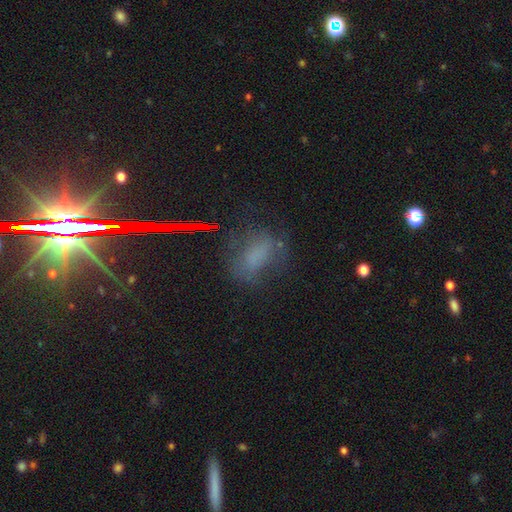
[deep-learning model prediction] Morphology: type=smooth (49%); merging=none (56%).